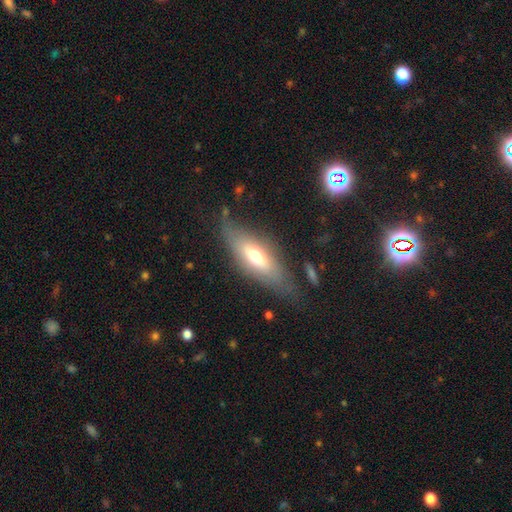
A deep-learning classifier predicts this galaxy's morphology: Smooth or featured: smooth — 54% (featured or disk — 39%)
How rounded: in between — 63% (cigar-shaped — 34%)
Merging: none — 68% (minor disturbance — 20%)